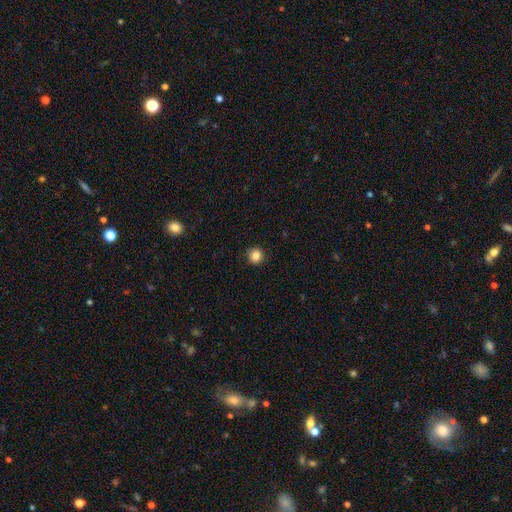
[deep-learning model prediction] smooth_or_featured: smooth (p=0.85) [alt: star or artifact p=0.11]
how_rounded: round (p=0.95) [alt: in between p=0.04]
merging: none (p=0.91) [alt: minor disturbance p=0.06]